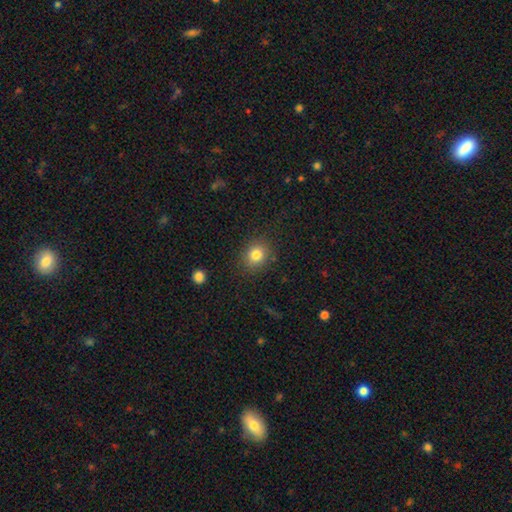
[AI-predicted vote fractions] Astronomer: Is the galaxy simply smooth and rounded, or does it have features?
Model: smooth — 82%.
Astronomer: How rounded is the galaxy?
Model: round — 72%.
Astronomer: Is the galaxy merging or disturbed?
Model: none — 86%.